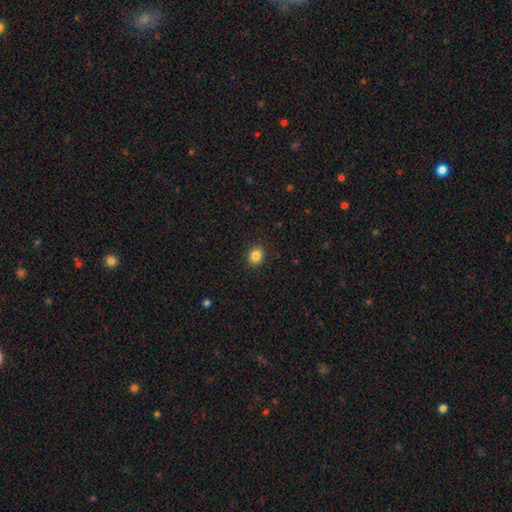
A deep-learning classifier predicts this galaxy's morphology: Smooth or featured? Predicted: smooth (p=0.85). How rounded? Predicted: round (p=0.58). Merging? Predicted: none (p=0.90).